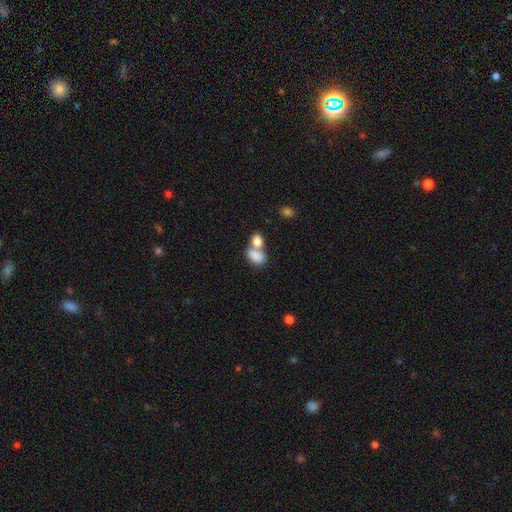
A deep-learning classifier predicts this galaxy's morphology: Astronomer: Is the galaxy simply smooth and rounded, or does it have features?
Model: smooth — 82%.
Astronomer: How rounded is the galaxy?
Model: in between — 85%.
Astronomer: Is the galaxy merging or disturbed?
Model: merger — 63%.